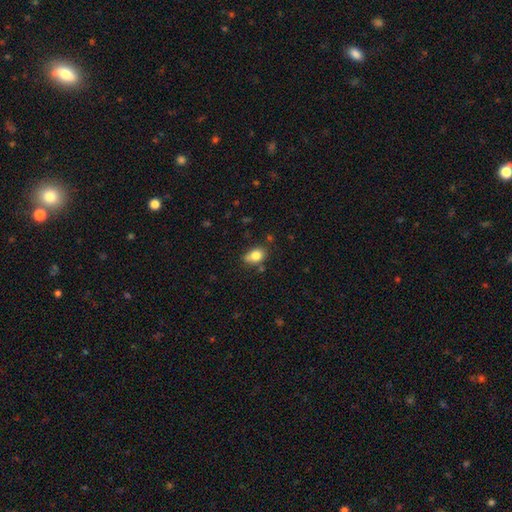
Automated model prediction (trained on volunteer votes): Morphology: type=smooth (81%); roundness=in between (73%); merging=none (65%).